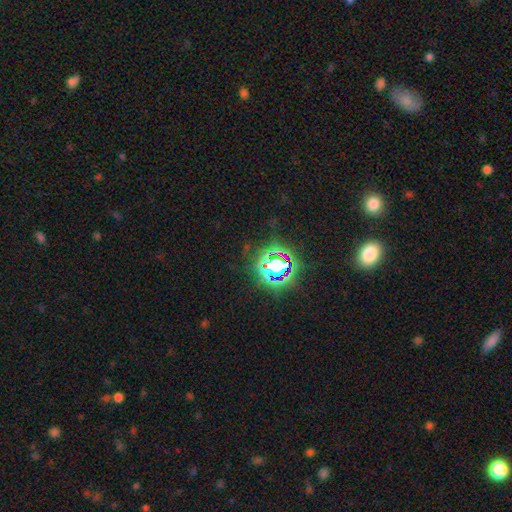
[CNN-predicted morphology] Smooth or featured?
  - star or artifact: 80% *
  - smooth: 13%
  - featured or disk: 7%